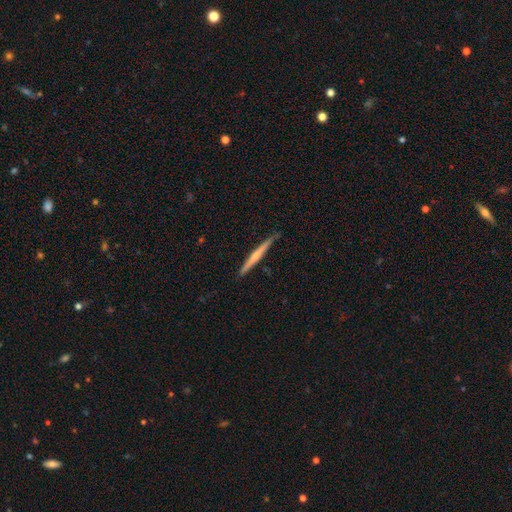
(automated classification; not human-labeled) This is possibly a featured or disk galaxy (59%). It is clearly viewed edge-on (98%). Edge-on bulge: possibly rounded (59%). Merging: clearly none (88%).